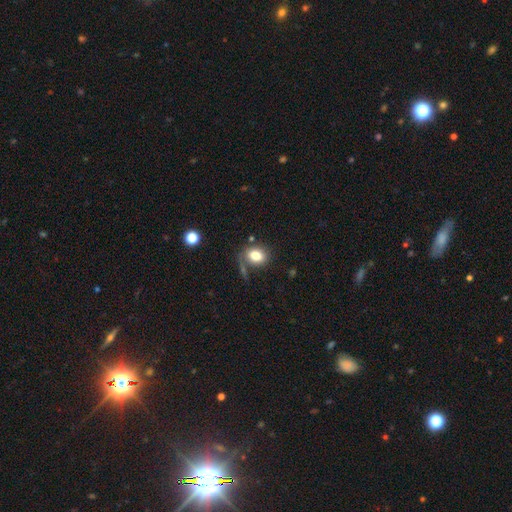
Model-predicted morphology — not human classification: Smooth or featured? Predicted: smooth (p=0.80). How rounded? Predicted: in between (p=0.58). Merging? Predicted: none (p=0.64).